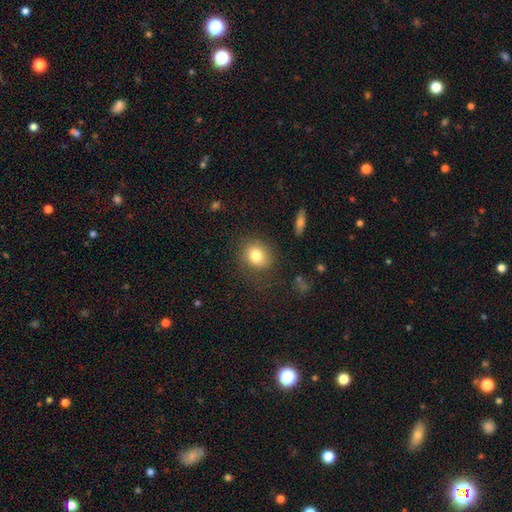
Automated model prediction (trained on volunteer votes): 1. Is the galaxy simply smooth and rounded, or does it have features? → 80% smooth, 10% featured or disk, 10% star or artifact.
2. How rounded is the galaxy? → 69% round, 30% in between, 1% cigar-shaped.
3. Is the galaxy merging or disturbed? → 76% none, 15% minor disturbance, 7% major disturbance, 2% merger.